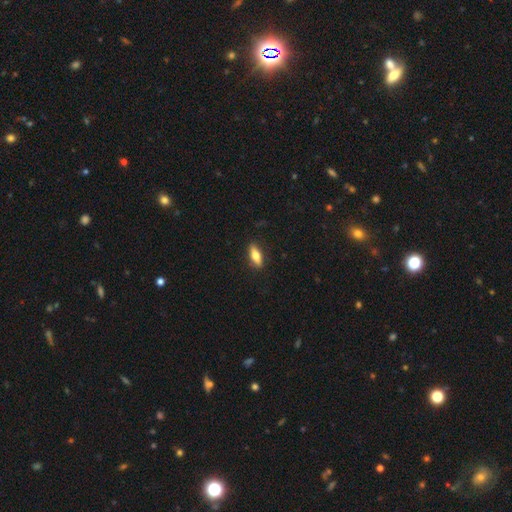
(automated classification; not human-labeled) This is likely a smooth galaxy (68%). How rounded: possibly in between (59%). Merging: clearly none (87%).